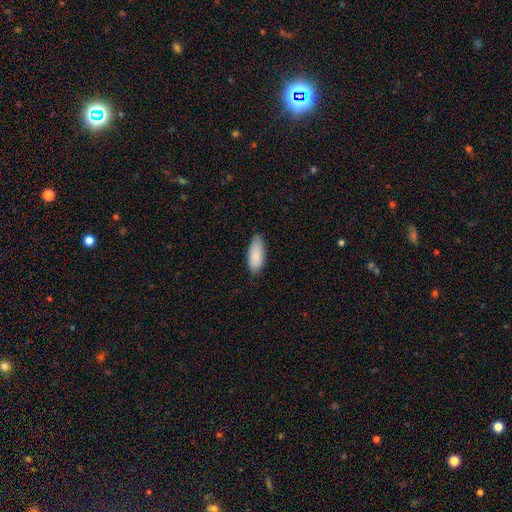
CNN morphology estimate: This is clearly a smooth galaxy (87%). How rounded: clearly in between (85%). Merging: likely none (77%).